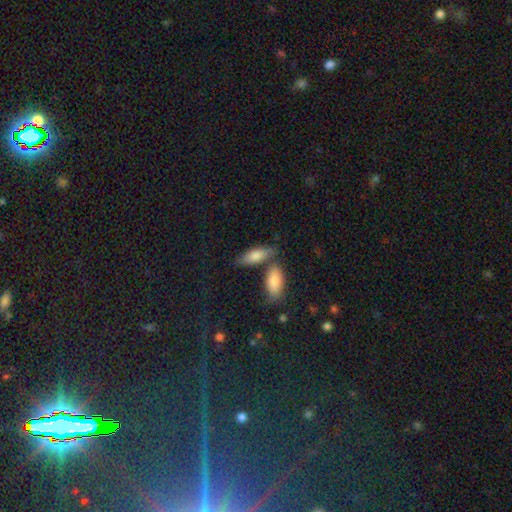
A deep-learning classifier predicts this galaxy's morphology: Smooth or featured? smooth (78%)
How rounded? in between (71%)
Merging? none (58%)